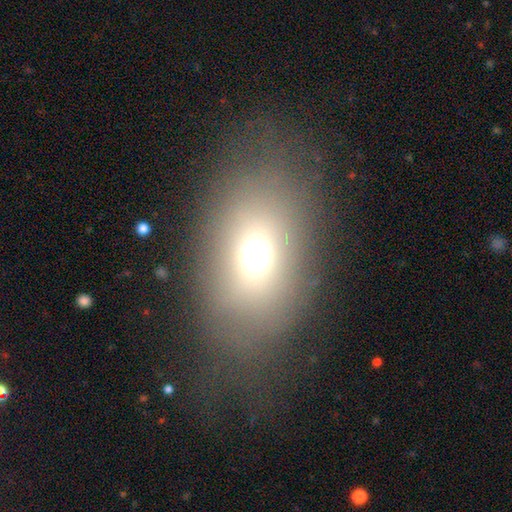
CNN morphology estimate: smooth-or-featured: smooth: 64% | star or artifact: 20% | featured or disk: 16%
  how-rounded: in between: 75% | round: 23% | cigar-shaped: 3%
  merging: none: 75% | minor disturbance: 13% | major disturbance: 9% | merger: 3%